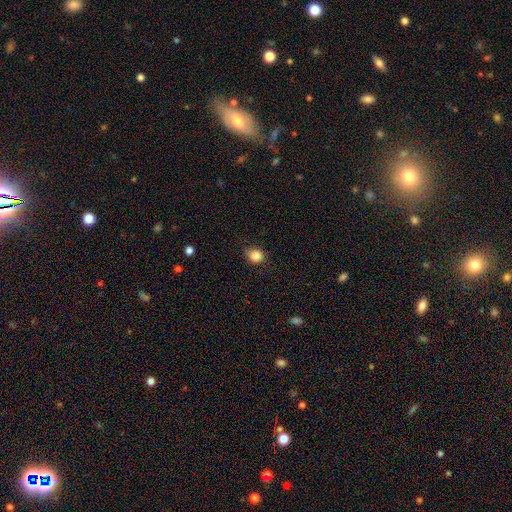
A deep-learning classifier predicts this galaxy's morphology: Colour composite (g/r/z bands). It shows a smooth galaxy with no disk features (83%) that is round (78%). Merging: none (73%).